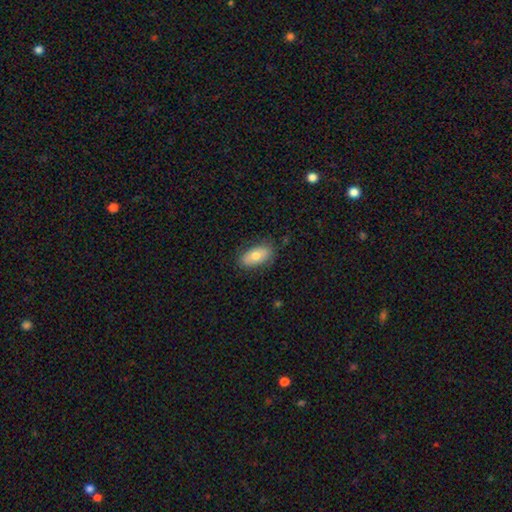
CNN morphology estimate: Smooth or featured?
  - smooth: 71% *
  - featured or disk: 22%
  - star or artifact: 7%
How rounded?
  - in between: 91% *
  - round: 5%
  - cigar-shaped: 4%
Merging?
  - none: 80% *
  - minor disturbance: 16%
  - major disturbance: 4%
  - merger: 1%